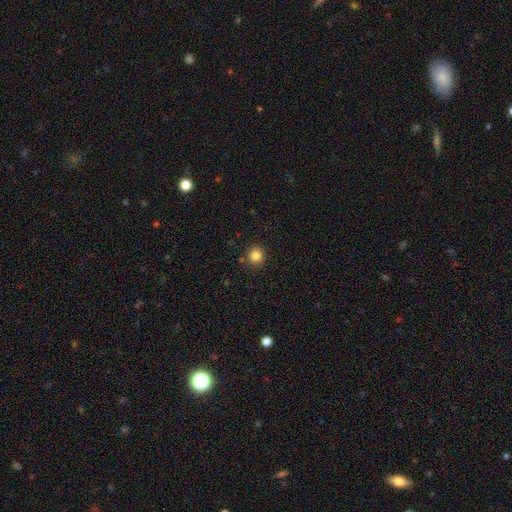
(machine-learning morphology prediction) Q: Smooth or featured?
A: smooth (83%); runner-up: star or artifact (12%)
Q: How rounded?
A: round (92%); runner-up: in between (7%)
Q: Merging?
A: none (89%); runner-up: minor disturbance (7%)